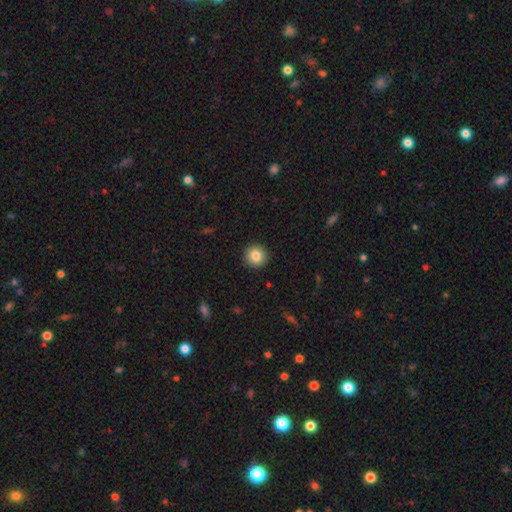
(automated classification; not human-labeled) smooth_or_featured: smooth (p=0.84) [alt: star or artifact p=0.09]
how_rounded: round (p=0.94) [alt: in between p=0.05]
merging: none (p=0.93) [alt: minor disturbance p=0.05]